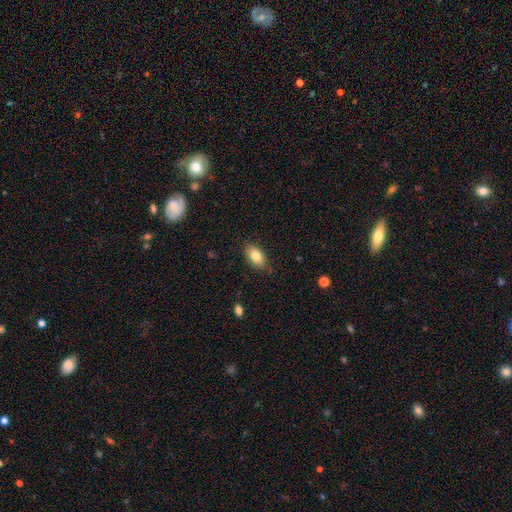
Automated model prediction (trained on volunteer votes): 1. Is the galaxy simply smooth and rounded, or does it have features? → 82% smooth, 10% featured or disk, 8% star or artifact.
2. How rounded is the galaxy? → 90% in between, 7% round, 3% cigar-shaped.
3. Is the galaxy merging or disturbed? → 82% none, 14% minor disturbance, 3% major disturbance, 1% merger.